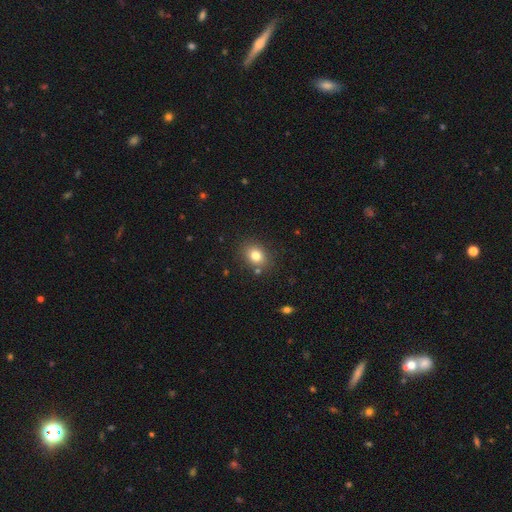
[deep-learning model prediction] smooth-or-featured: smooth: 80% | star or artifact: 12% | featured or disk: 9%
  how-rounded: round: 50% | in between: 49% | cigar-shaped: 1%
  merging: none: 83% | minor disturbance: 10% | merger: 4% | major disturbance: 3%